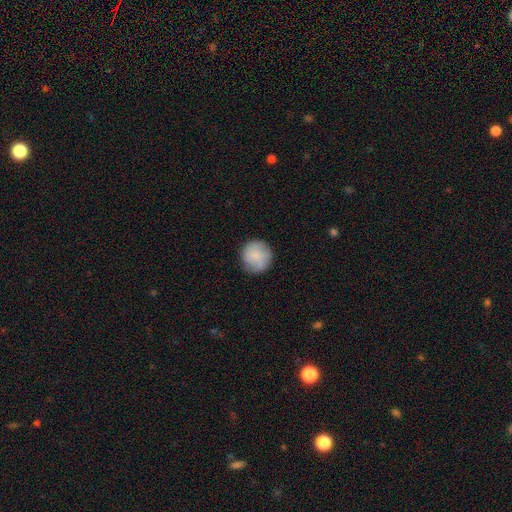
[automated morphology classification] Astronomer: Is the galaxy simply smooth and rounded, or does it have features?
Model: smooth — 80%.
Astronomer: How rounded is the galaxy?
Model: round — 93%.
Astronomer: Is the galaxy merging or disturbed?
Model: none — 82%.